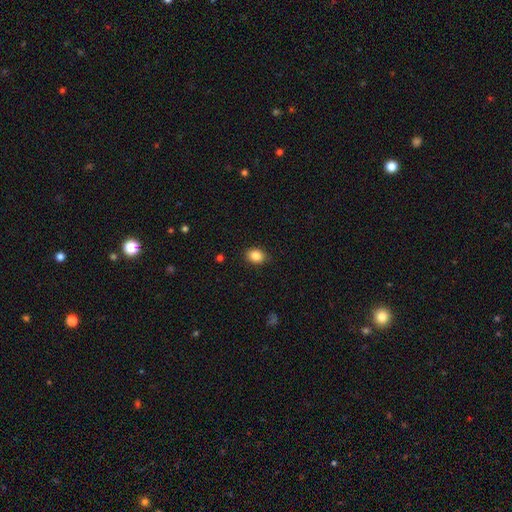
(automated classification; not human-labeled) This is clearly a smooth galaxy (86%). How rounded: possibly in between (59%). Merging: clearly none (87%).